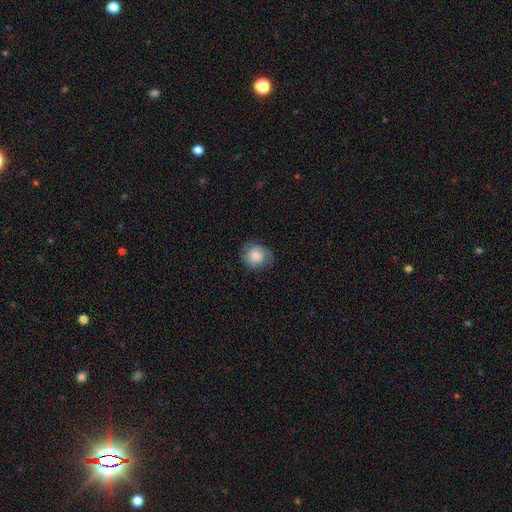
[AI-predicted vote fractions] Q: Smooth or featured?
A: smooth (74%); runner-up: featured or disk (18%)
Q: How rounded?
A: round (77%); runner-up: in between (23%)
Q: Merging?
A: none (74%); runner-up: minor disturbance (20%)